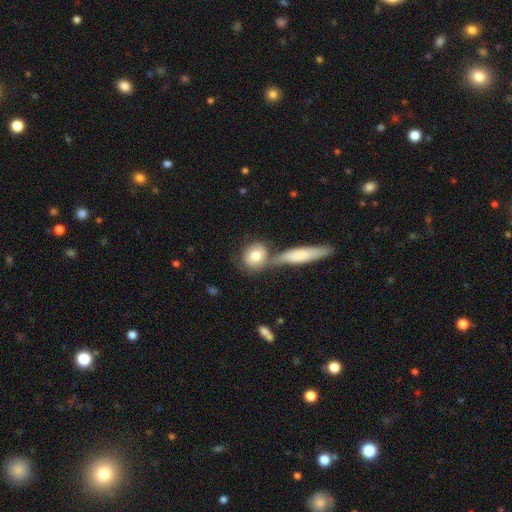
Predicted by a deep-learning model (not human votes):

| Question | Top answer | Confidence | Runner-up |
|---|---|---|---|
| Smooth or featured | smooth | 77% | featured or disk (16%) |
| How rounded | round | 66% | in between (28%) |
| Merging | none | 50% | merger (34%) |